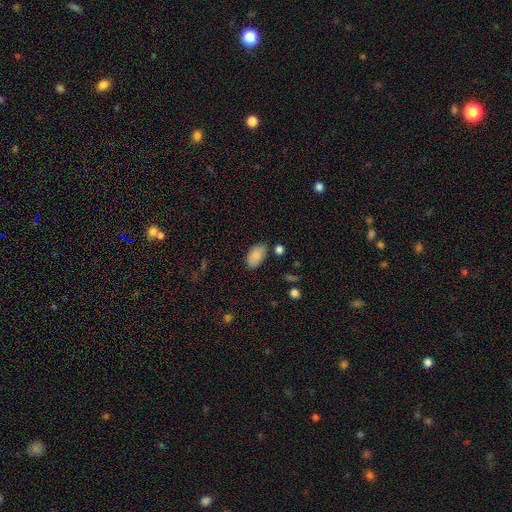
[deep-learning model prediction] Q: Smooth or featured?
A: smooth (85%); runner-up: featured or disk (8%)
Q: How rounded?
A: in between (93%); runner-up: round (6%)
Q: Merging?
A: none (71%); runner-up: minor disturbance (20%)